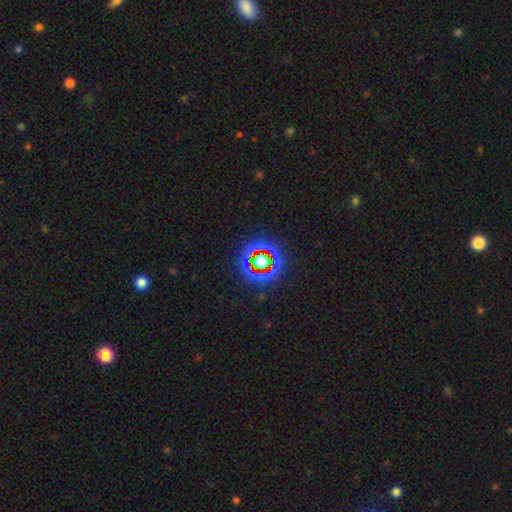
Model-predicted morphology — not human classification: star or artifact 70%, smooth 20%, featured or disk 10%.